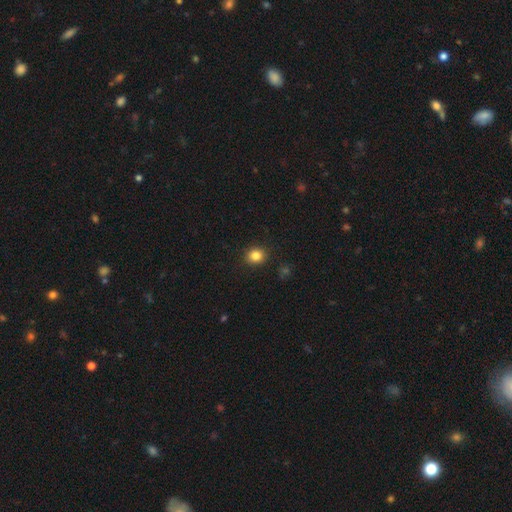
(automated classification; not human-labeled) Smooth or featured? smooth (84%)
How rounded? round (75%)
Merging? none (90%)